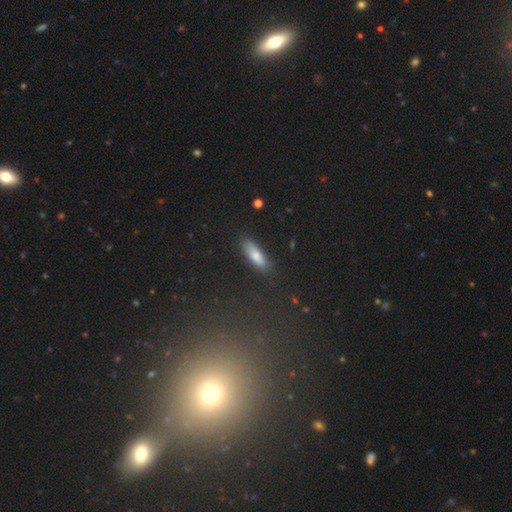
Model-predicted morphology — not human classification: smooth_or_featured: smooth (p=0.68) [alt: featured or disk p=0.18]
how_rounded: cigar-shaped (p=0.50) [alt: in between p=0.47]
merging: none (p=0.87) [alt: minor disturbance p=0.09]